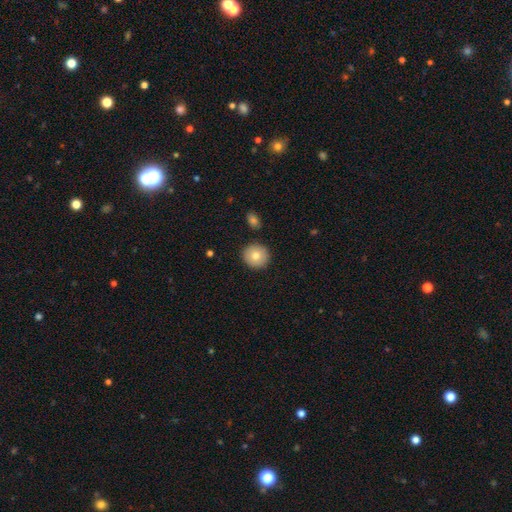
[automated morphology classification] A smooth galaxy with no disk features (79%) that is round (92%).

Vote fractions:
- Smooth or featured? smooth: 79% / featured or disk: 13% / star or artifact: 8%
- How rounded? round: 92% / in between: 7% / cigar-shaped: 1%
- Merging? none: 90% / minor disturbance: 6% / merger: 2% / major disturbance: 2%